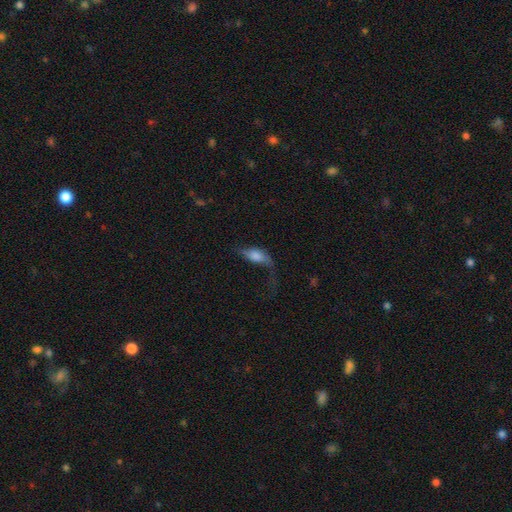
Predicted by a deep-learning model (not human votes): Smooth or featured? smooth (63%)
How rounded? in between (81%)
Merging? major disturbance (46%)